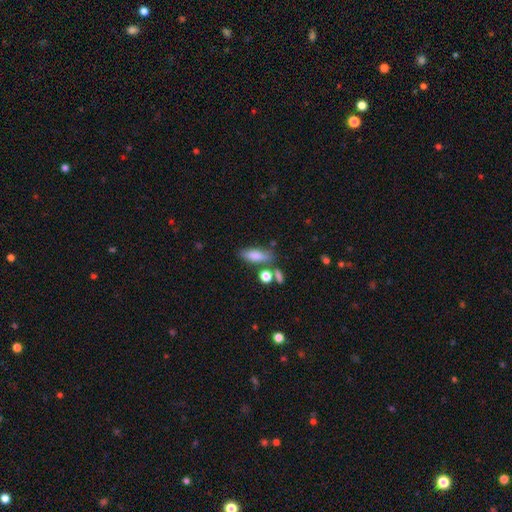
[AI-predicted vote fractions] A smooth galaxy with no disk features (78%) that is in between round and cigar-shaped (60%).

Vote fractions:
- Smooth or featured? smooth: 78% / featured or disk: 14% / star or artifact: 8%
- How rounded? in between: 60% / cigar-shaped: 35% / round: 5%
- Merging? none: 67% / minor disturbance: 15% / merger: 13% / major disturbance: 5%